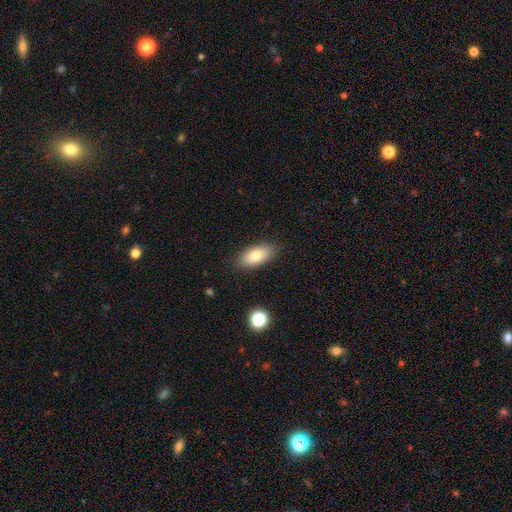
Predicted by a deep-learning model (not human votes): Morphology: type=smooth (80%); roundness=in between (88%); merging=none (86%).